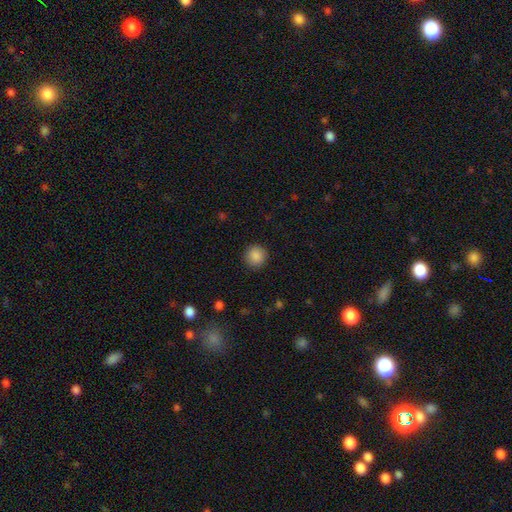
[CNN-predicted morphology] A smooth galaxy with no disk features (88%) that is round (94%).

Vote fractions:
- Smooth or featured? smooth: 88% / star or artifact: 9% / featured or disk: 3%
- How rounded? round: 94% / in between: 5% / cigar-shaped: 1%
- Merging? none: 90% / minor disturbance: 6% / major disturbance: 2% / merger: 1%